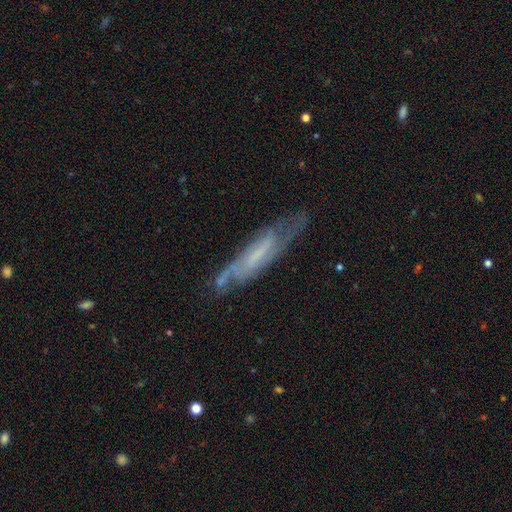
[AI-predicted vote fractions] Morphology: type=featured or disk (70%); edge-on=no (63%); merging=none (63%).